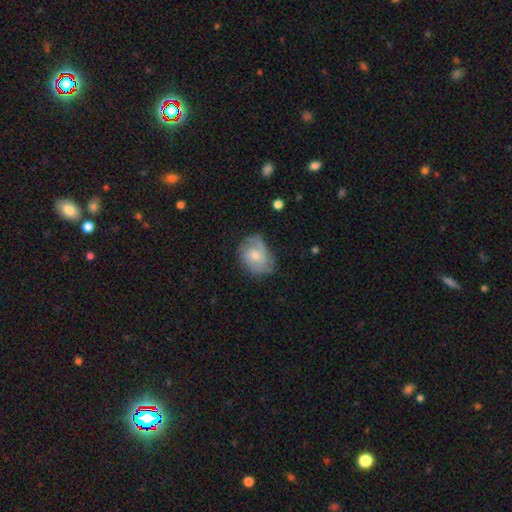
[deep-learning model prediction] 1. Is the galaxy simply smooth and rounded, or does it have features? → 56% featured or disk, 37% smooth, 7% star or artifact.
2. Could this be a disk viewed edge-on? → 96% no, 4% yes.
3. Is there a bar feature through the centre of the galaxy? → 67% no, 29% weak, 4% strong.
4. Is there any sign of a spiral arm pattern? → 79% yes, 21% no.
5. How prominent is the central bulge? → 59% moderate, 34% small, 3% large, 2% none, 1% dominant.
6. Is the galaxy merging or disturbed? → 58% none, 29% minor disturbance, 11% major disturbance, 2% merger.